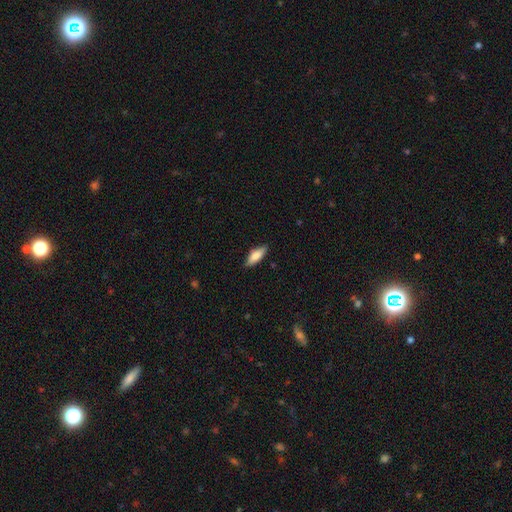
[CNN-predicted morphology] type=smooth (78%); roundness=in between (63%); merging=none (84%).